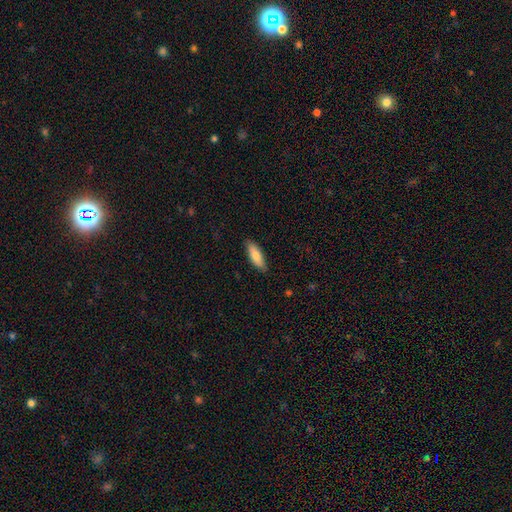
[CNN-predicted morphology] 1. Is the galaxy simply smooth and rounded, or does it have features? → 78% smooth, 16% featured or disk, 6% star or artifact.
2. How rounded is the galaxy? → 56% in between, 42% cigar-shaped, 2% round.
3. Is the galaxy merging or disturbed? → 86% none, 11% minor disturbance, 2% major disturbance, 1% merger.